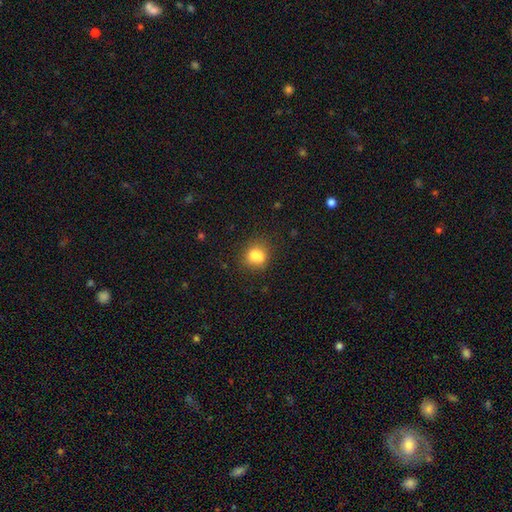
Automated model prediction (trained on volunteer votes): Overall: smooth (77%). How rounded: round (71%). Merging: none (58%; merger 19%).